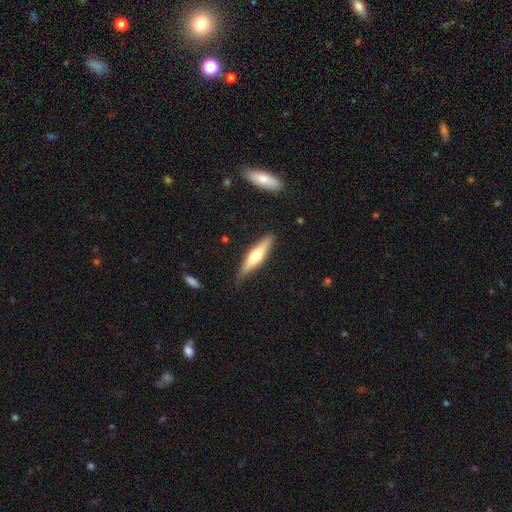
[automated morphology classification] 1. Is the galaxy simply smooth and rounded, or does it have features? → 51% featured or disk, 44% smooth, 5% star or artifact.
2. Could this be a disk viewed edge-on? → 93% yes, 7% no.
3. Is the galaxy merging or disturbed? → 83% none, 13% minor disturbance, 3% major disturbance, 2% merger.